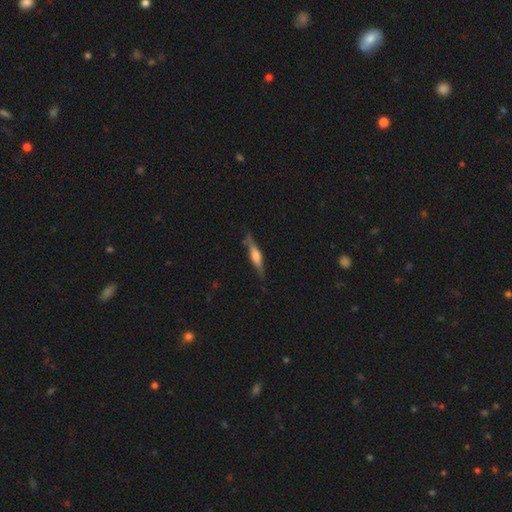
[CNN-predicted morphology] Smooth or featured?
  - featured or disk: 58% *
  - smooth: 36%
  - star or artifact: 6%
Edge-on disk?
  - yes: 93% *
  - no: 7%
Edge-on bulge?
  - rounded: 68% *
  - boxy: 24%
  - none: 8%
Merging?
  - none: 77% *
  - minor disturbance: 17%
  - major disturbance: 4%
  - merger: 2%